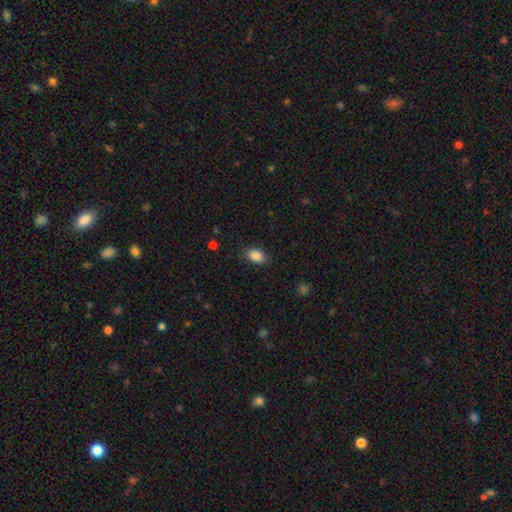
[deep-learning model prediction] Smooth or featured: smooth — 87% (star or artifact — 8%)
How rounded: in between — 87% (round — 11%)
Merging: none — 81% (minor disturbance — 14%)